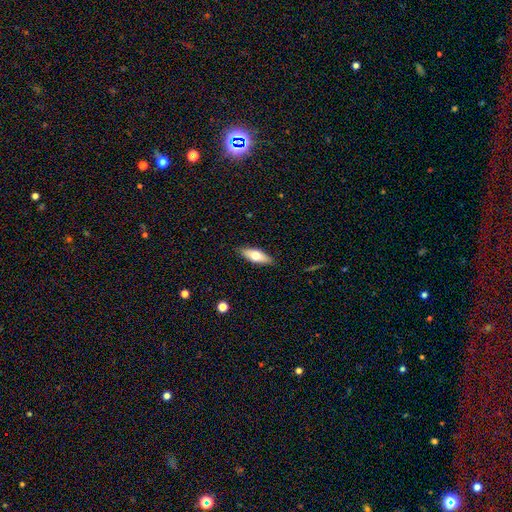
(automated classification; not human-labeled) Smooth or featured? smooth (63%)
How rounded? in between (66%)
Merging? none (88%)